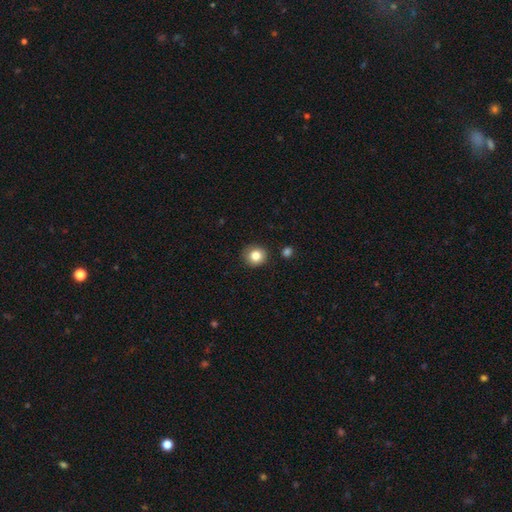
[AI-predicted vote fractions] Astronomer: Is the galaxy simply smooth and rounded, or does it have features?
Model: smooth — 82%.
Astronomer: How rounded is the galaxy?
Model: round — 88%.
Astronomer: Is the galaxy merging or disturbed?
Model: none — 88%.